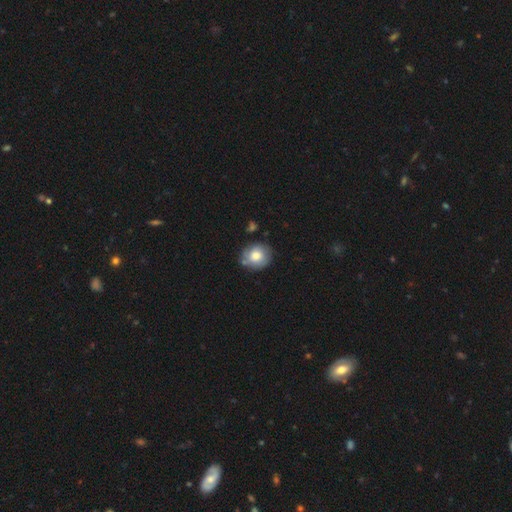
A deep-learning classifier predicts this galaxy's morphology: This is likely a smooth galaxy (71%). How rounded: likely round (76%). Merging: likely none (72%).